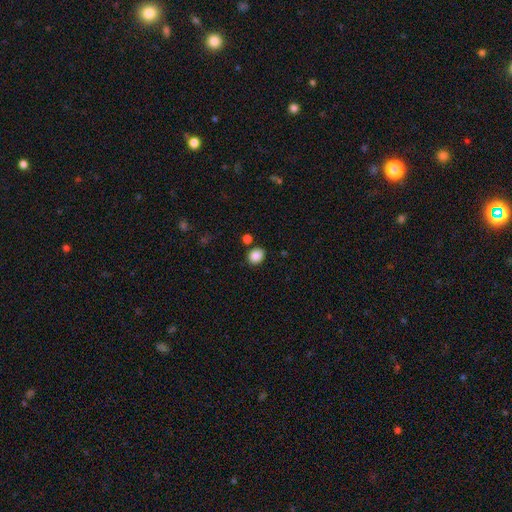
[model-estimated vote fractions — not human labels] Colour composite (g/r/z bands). It shows a smooth galaxy with no disk features (87%) that is round (55%). Merging: none (82%).